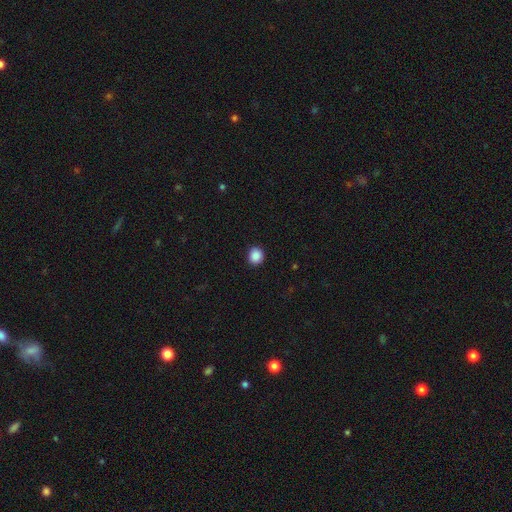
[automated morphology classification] Smooth or featured: smooth — 88% (star or artifact — 9%)
How rounded: round — 80% (in between — 19%)
Merging: none — 91% (minor disturbance — 6%)